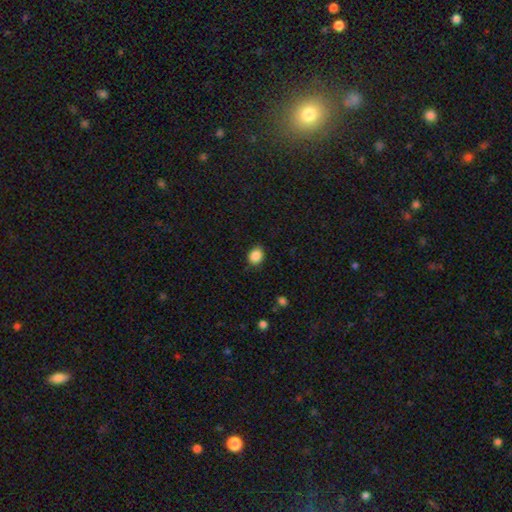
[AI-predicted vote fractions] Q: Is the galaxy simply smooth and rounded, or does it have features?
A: smooth — 88%.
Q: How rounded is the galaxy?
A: round — 56%.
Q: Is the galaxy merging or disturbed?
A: none — 85%.